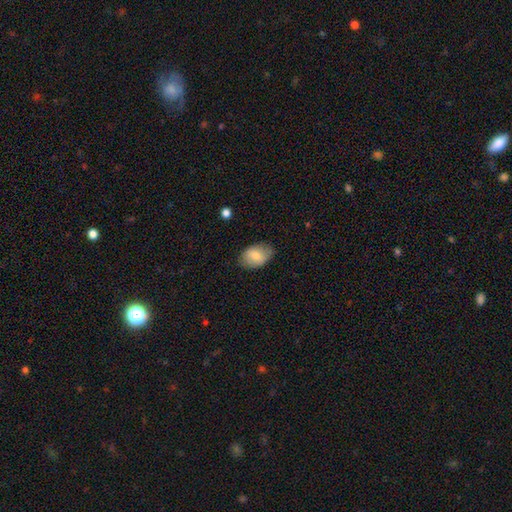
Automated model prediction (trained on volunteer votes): Morphology: type=smooth (75%); roundness=in between (83%); merging=none (77%).